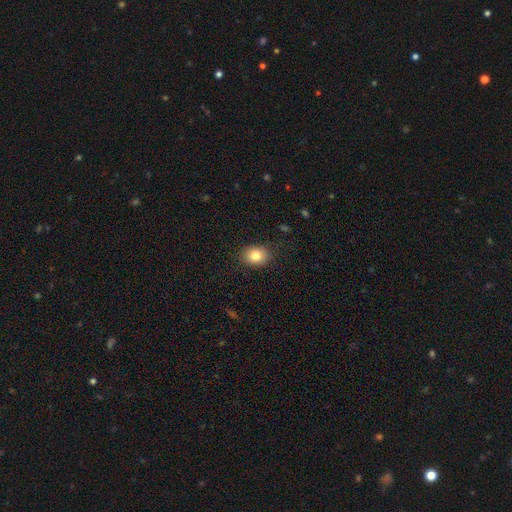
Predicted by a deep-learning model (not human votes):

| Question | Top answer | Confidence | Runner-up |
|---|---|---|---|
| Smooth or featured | smooth | 83% | star or artifact (9%) |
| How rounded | in between | 59% | round (40%) |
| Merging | none | 86% | minor disturbance (10%) |